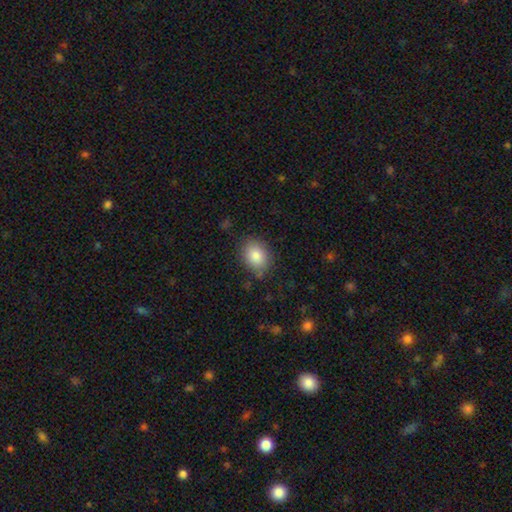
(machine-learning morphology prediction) smooth 86%, star or artifact 8%, featured or disk 6%. Down the decision tree: how rounded — in between (52%); merging — none (81%).